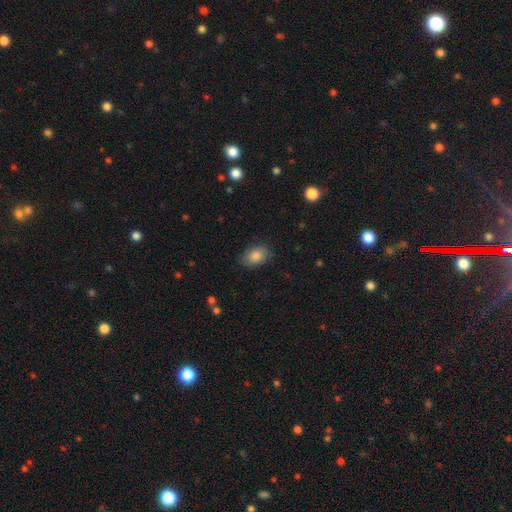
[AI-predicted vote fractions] smooth-or-featured: smooth: 82% | featured or disk: 10% | star or artifact: 7%
  how-rounded: in between: 84% | round: 14% | cigar-shaped: 1%
  merging: none: 82% | minor disturbance: 14% | major disturbance: 3% | merger: 1%